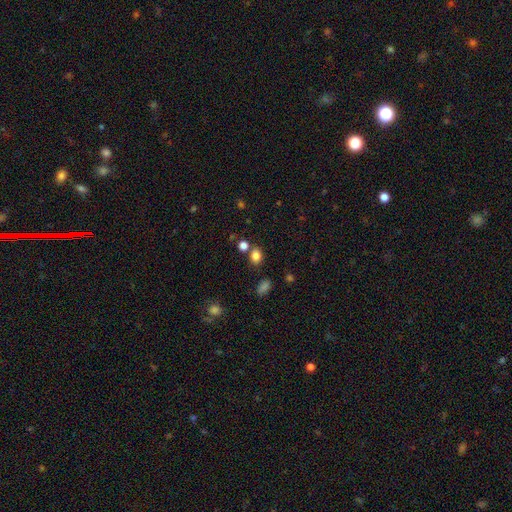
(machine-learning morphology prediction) type=smooth (81%); roundness=in between (54%); merging=none (71%).